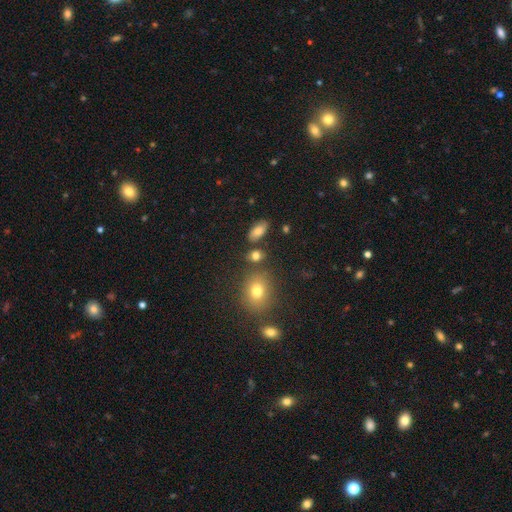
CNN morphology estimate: Overall: smooth (77%). How rounded: in between (73%). Merging: none (75%).